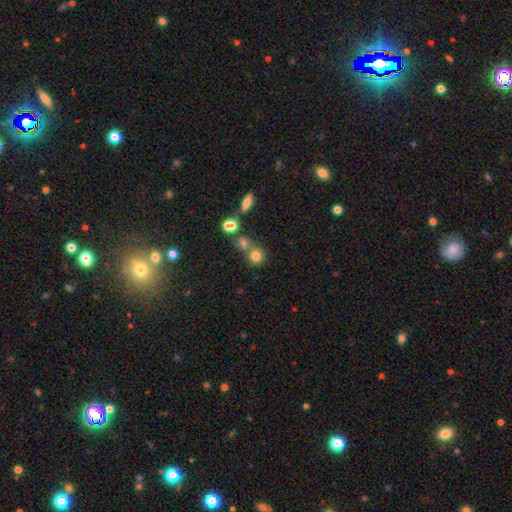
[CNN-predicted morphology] The model was most divided on "merging": none: 53%, merger: 35%, minor disturbance: 8%, major disturbance: 4%. More confident: how rounded — round (85%); smooth or featured — smooth (77%).